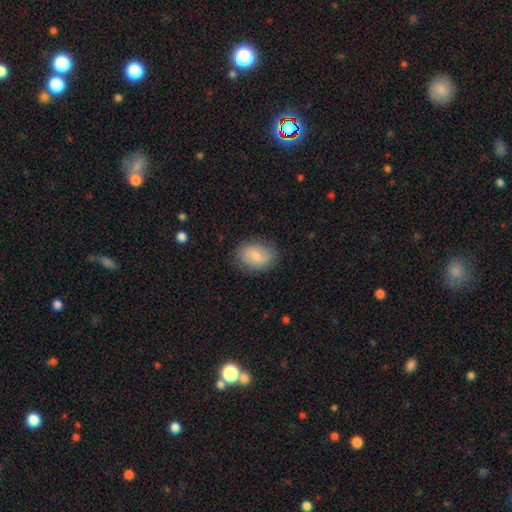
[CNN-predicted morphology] Smooth or featured: smooth — 75% (featured or disk — 18%)
How rounded: in between — 75% (round — 23%)
Merging: none — 83% (minor disturbance — 13%)